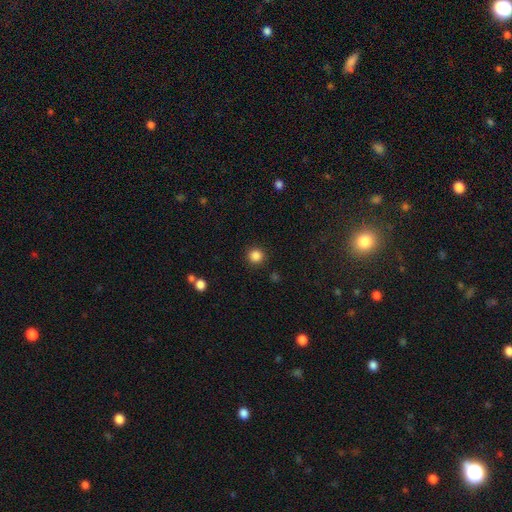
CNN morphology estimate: Smooth or featured?
  - smooth: 86% *
  - star or artifact: 11%
  - featured or disk: 3%
How rounded?
  - round: 94% *
  - in between: 5%
  - cigar-shaped: 1%
Merging?
  - none: 91% *
  - minor disturbance: 6%
  - major disturbance: 2%
  - merger: 1%